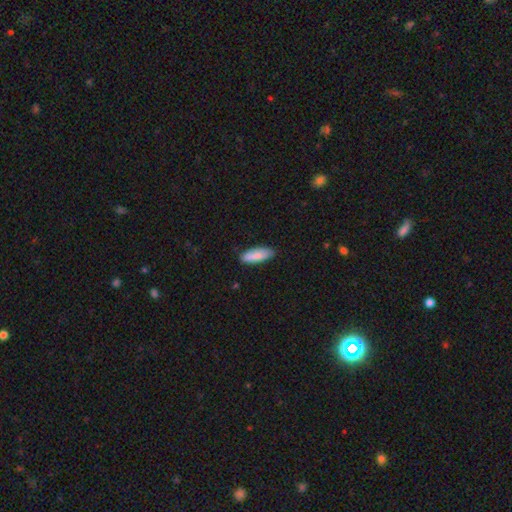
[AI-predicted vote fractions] This appears to be a smooth galaxy with no disk features (85%) that is in between round and cigar-shaped (64%). Merging: none (83%).